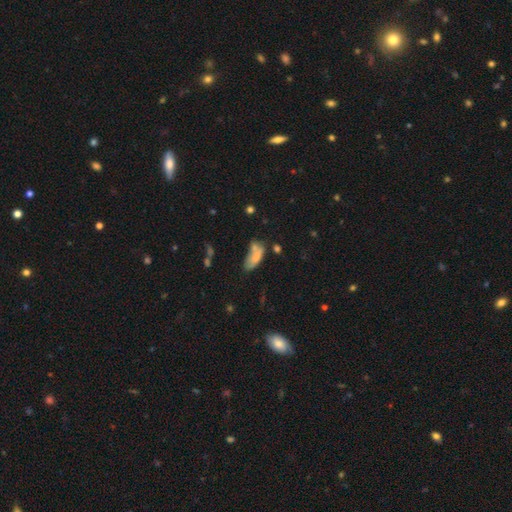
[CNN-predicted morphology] type=smooth (70%); roundness=in between (78%); merging=none (34%).